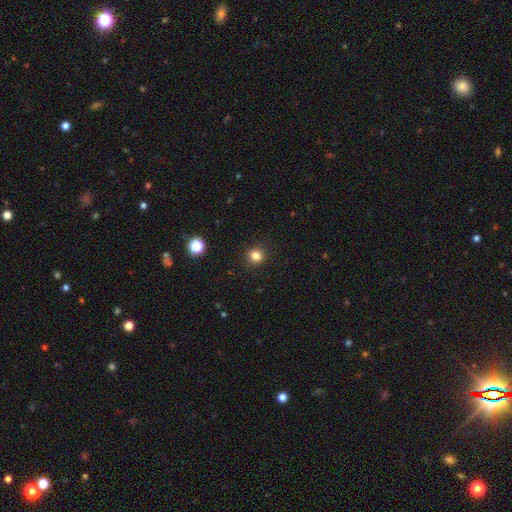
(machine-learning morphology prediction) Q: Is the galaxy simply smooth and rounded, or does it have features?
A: smooth — 82%.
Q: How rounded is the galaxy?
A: round — 90%.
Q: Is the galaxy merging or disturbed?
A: none — 91%.